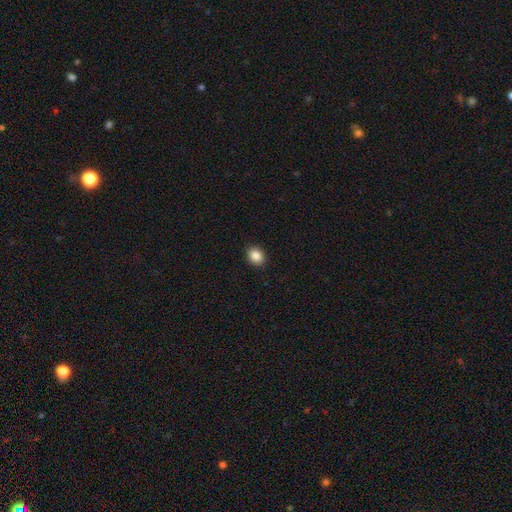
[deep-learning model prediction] This appears to be a smooth galaxy with no disk features (87%) that is round (56%). Merging: none (91%).